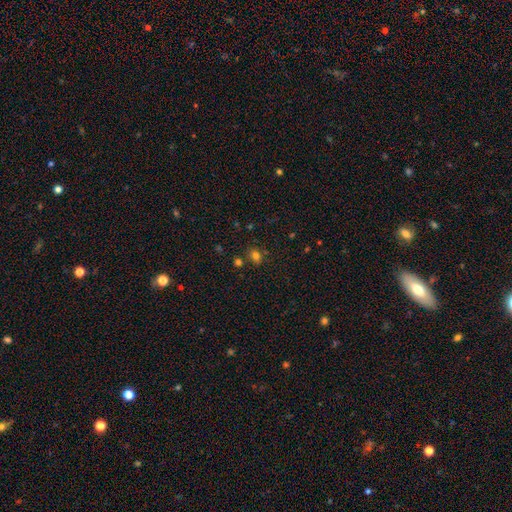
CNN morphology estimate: Smooth or featured?
  - smooth: 73% *
  - star or artifact: 20%
  - featured or disk: 7%
How rounded?
  - in between: 51% *
  - round: 48%
  - cigar-shaped: 1%
Merging?
  - none: 75% *
  - minor disturbance: 13%
  - merger: 8%
  - major disturbance: 4%